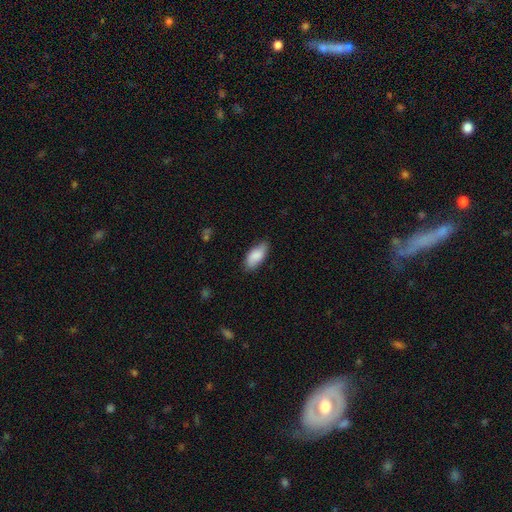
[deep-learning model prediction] Morphology: type=smooth (85%); roundness=in between (87%); merging=none (79%).